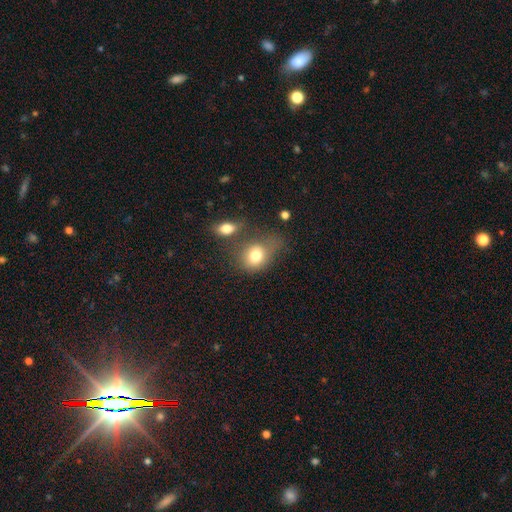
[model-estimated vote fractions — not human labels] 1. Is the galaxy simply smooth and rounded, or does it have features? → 76% smooth, 13% featured or disk, 11% star or artifact.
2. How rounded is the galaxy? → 55% round, 44% in between, 1% cigar-shaped.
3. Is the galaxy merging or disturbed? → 36% none, 24% minor disturbance, 21% merger, 19% major disturbance.